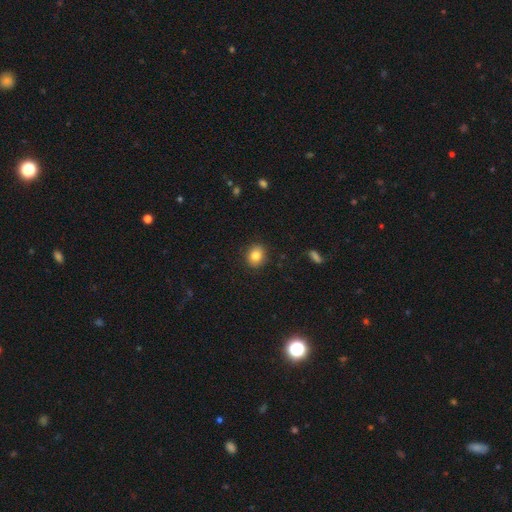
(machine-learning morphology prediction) Q: Smooth or featured?
A: smooth (82%); runner-up: star or artifact (10%)
Q: How rounded?
A: round (72%); runner-up: in between (27%)
Q: Merging?
A: none (90%); runner-up: minor disturbance (7%)